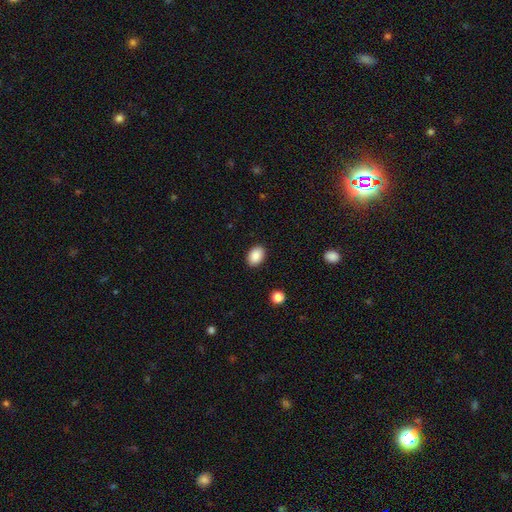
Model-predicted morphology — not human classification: smooth 89%, star or artifact 8%, featured or disk 3%. Down the decision tree: how rounded — in between (81%); merging — none (90%).